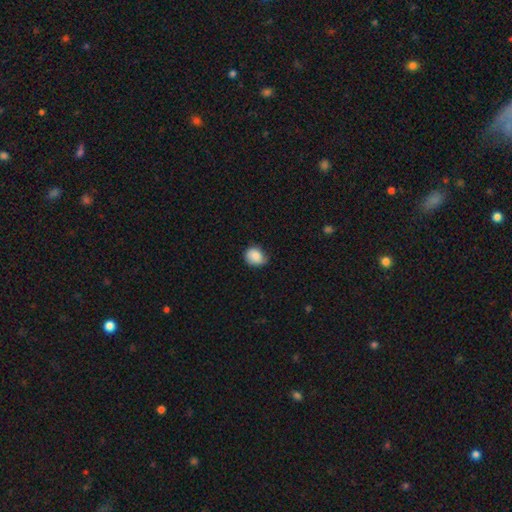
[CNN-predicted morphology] Smooth or featured?
  - smooth: 84% *
  - featured or disk: 8%
  - star or artifact: 8%
How rounded?
  - round: 58% *
  - in between: 41%
  - cigar-shaped: 1%
Merging?
  - none: 60% *
  - minor disturbance: 32%
  - major disturbance: 6%
  - merger: 1%